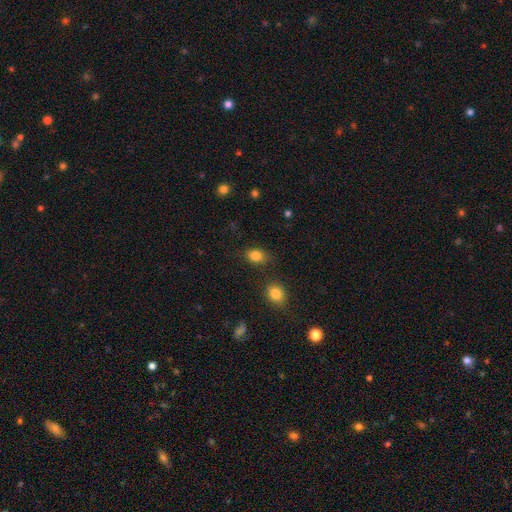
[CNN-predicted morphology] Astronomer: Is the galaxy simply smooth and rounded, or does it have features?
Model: smooth — 83%.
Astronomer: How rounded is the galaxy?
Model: in between — 64%.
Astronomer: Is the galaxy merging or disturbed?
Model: none — 79%.